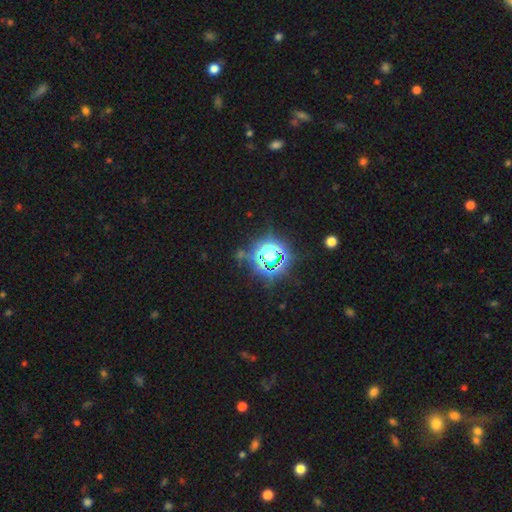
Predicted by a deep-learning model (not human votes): Morphology: type=star or artifact (78%).